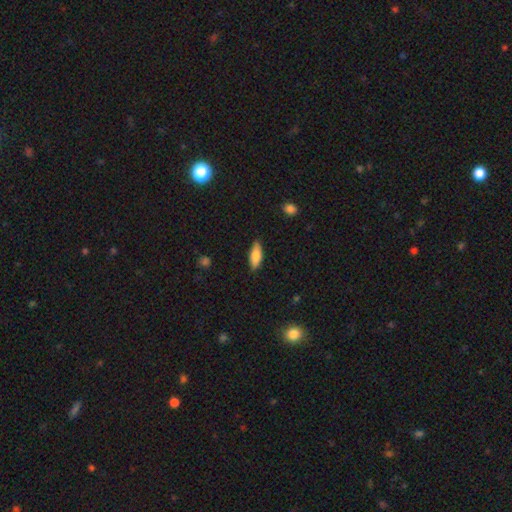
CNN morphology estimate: smooth_or_featured: smooth (p=0.80) [alt: featured or disk p=0.14]
how_rounded: in between (p=0.71) [alt: cigar-shaped p=0.27]
merging: none (p=0.84) [alt: minor disturbance p=0.12]